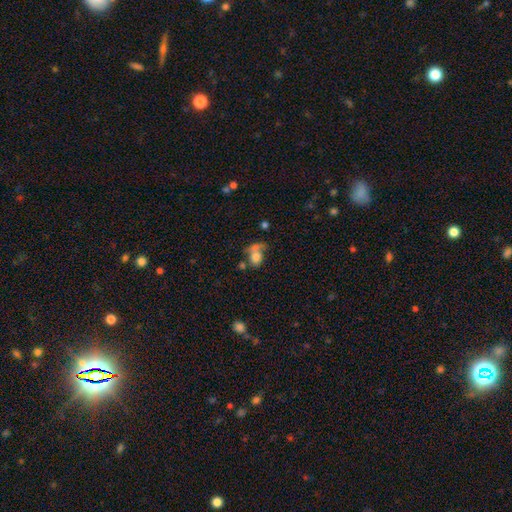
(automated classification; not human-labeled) This is likely a smooth galaxy (67%). How rounded: possibly in between (60%). Merging: marginally merger (34%).